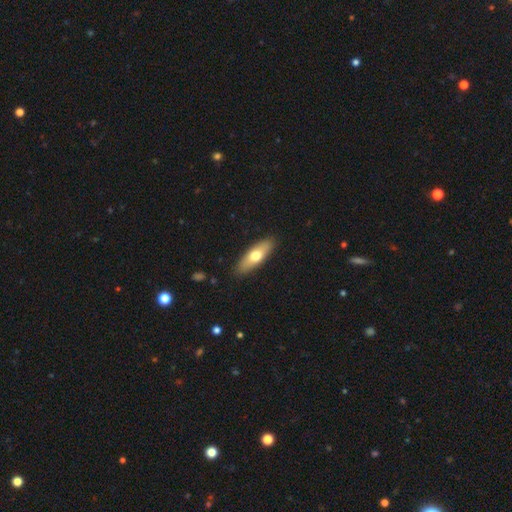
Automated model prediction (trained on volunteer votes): The model was most divided on "how rounded": in between: 56%, cigar-shaped: 42%, round: 2%. More confident: merging — none (87%); smooth or featured — smooth (63%).